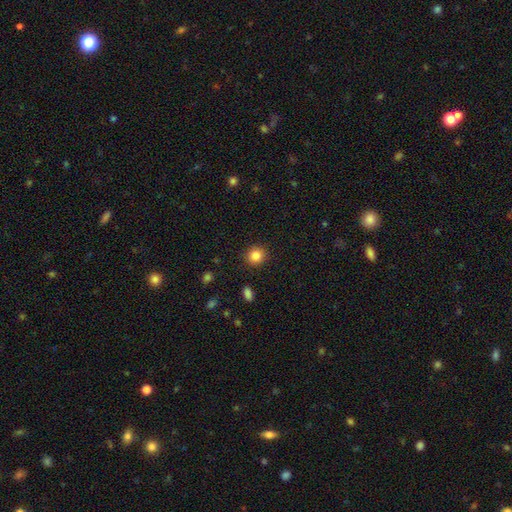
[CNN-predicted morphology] Smooth or featured: smooth — 85% (star or artifact — 11%)
How rounded: round — 90% (in between — 10%)
Merging: none — 90% (minor disturbance — 6%)